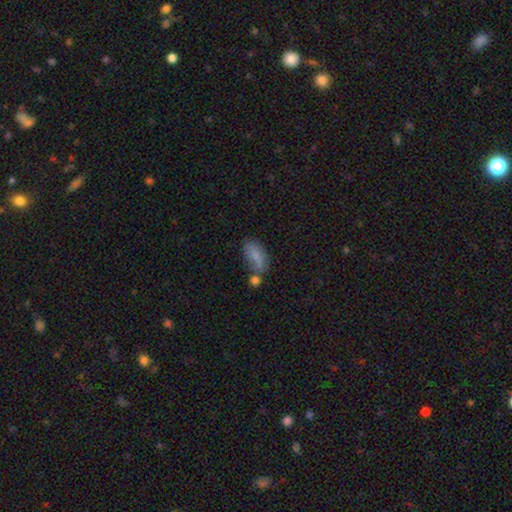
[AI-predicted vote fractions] A smooth galaxy with no disk features (78%) that is in between round and cigar-shaped (88%). Merging: none (47%).